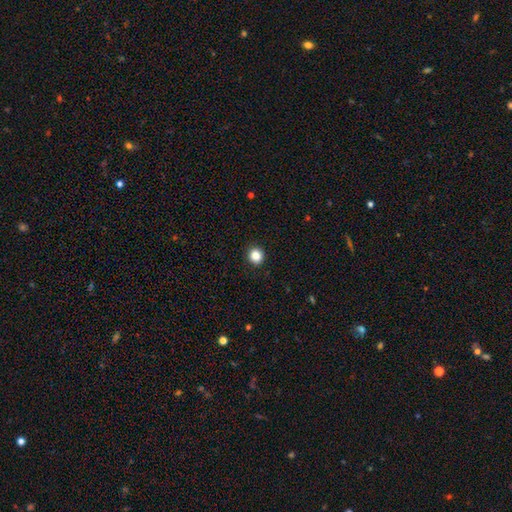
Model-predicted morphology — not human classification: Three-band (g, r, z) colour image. It shows a smooth galaxy with no disk features (87%) that is round (89%). Merging: none (92%).